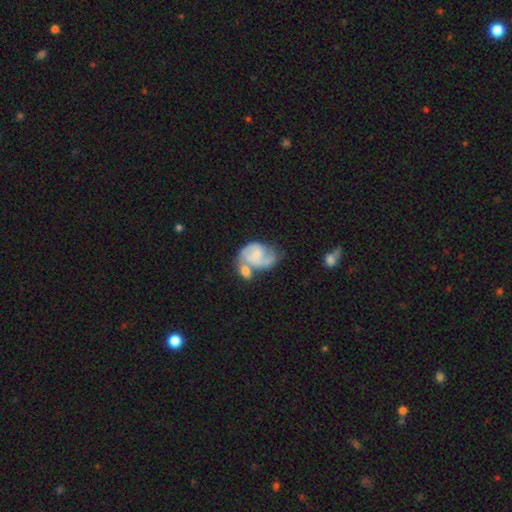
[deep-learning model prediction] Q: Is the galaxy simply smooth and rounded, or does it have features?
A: featured or disk — 69%.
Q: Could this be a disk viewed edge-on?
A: no — 98%.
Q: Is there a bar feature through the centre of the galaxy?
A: no — 60%.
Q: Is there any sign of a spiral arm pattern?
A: yes — 88%.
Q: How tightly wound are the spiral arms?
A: medium — 47%.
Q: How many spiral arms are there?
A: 2 — 72%.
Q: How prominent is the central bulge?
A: small — 53%.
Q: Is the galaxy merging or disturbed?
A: merger — 44%.